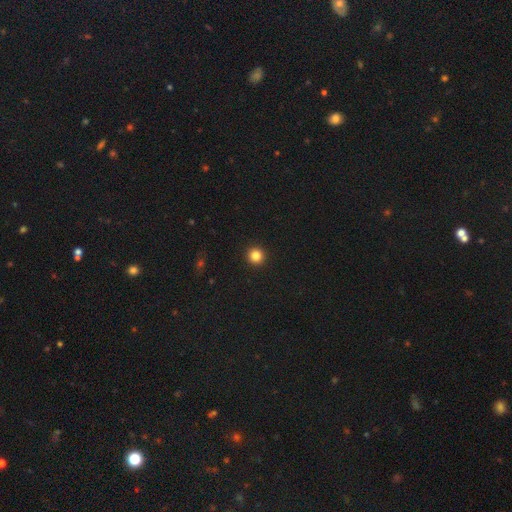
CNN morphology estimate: Overall: smooth (84%). How rounded: round (96%). Merging: none (94%).